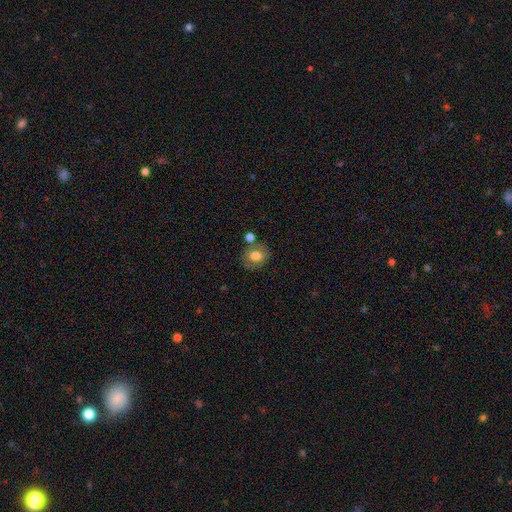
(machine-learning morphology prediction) A smooth galaxy with no disk features (62%) that is round (58%). Merging: none (67%).